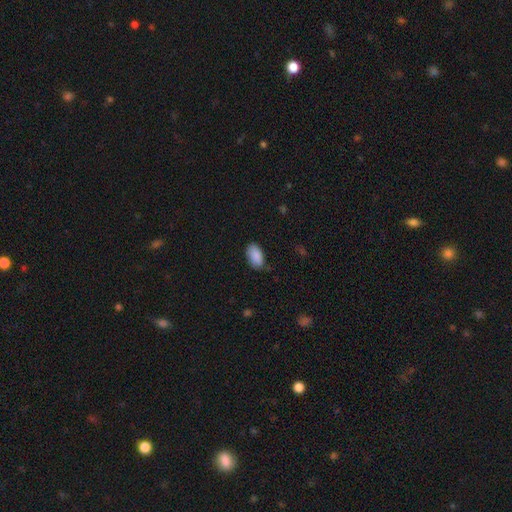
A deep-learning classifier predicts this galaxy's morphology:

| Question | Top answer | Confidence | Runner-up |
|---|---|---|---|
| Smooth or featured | smooth | 89% | star or artifact (7%) |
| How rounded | in between | 94% | round (4%) |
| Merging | none | 75% | minor disturbance (20%) |